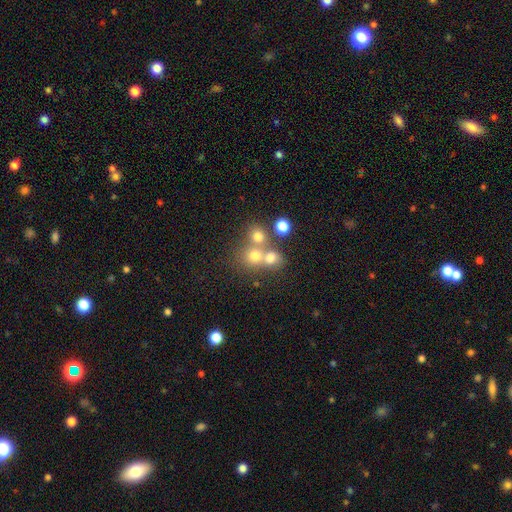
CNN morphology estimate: type=smooth (65%); roundness=round (81%); merging=merger (48%).